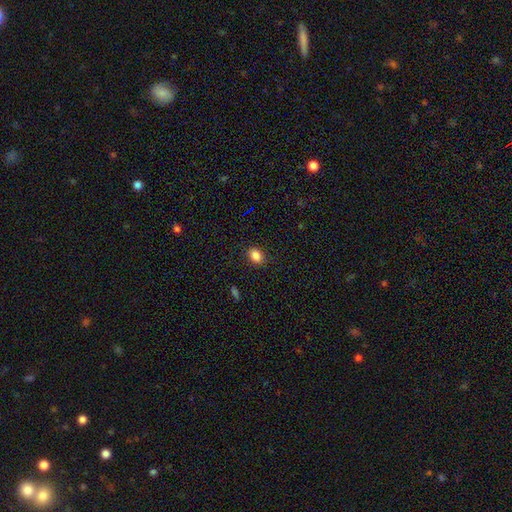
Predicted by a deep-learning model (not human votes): Q: Smooth or featured?
A: smooth (84%); runner-up: star or artifact (11%)
Q: How rounded?
A: in between (66%); runner-up: round (32%)
Q: Merging?
A: none (88%); runner-up: minor disturbance (9%)